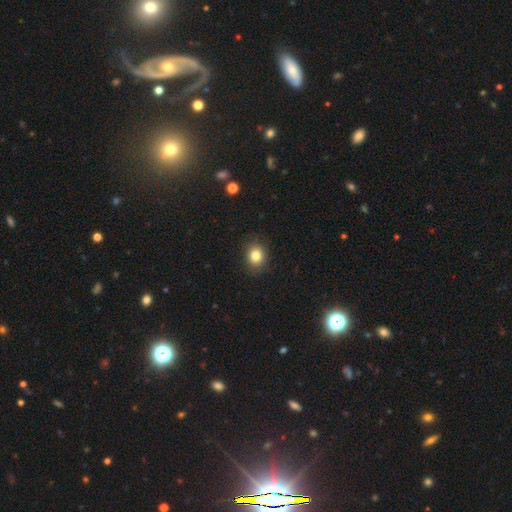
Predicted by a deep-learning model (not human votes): This appears to be a smooth galaxy with no disk features (83%) that is round (57%). Merging: none (88%).